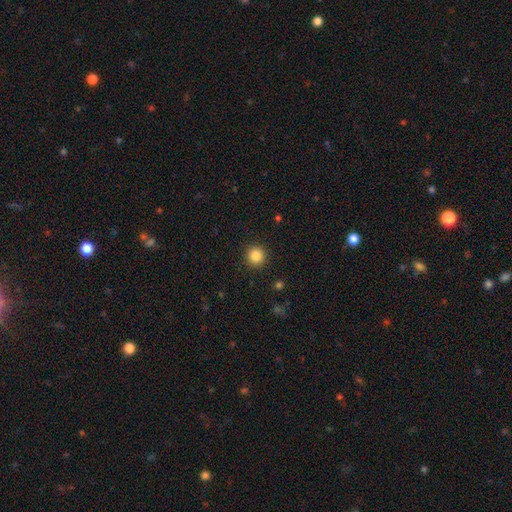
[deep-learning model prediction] Smooth or featured? smooth (85%)
How rounded? round (95%)
Merging? none (92%)